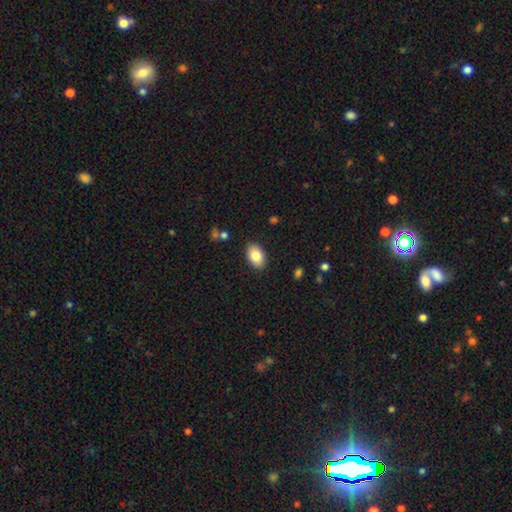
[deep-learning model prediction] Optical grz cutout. It shows a smooth galaxy with no disk features (84%) that is in between round and cigar-shaped (90%). Merging: none (88%).